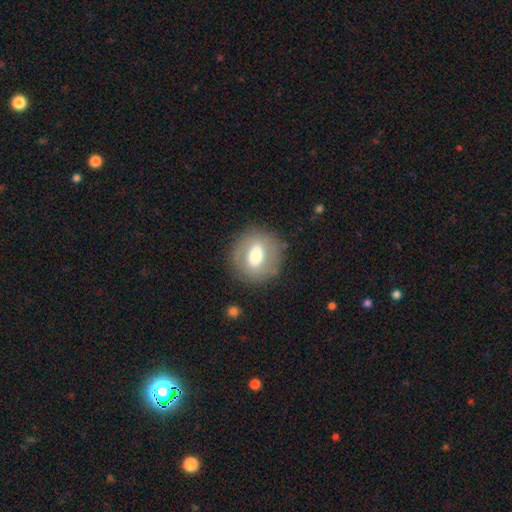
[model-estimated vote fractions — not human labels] Smooth or featured?
  - smooth: 50% *
  - featured or disk: 43%
  - star or artifact: 7%
Merging?
  - none: 80% *
  - minor disturbance: 12%
  - major disturbance: 6%
  - merger: 2%